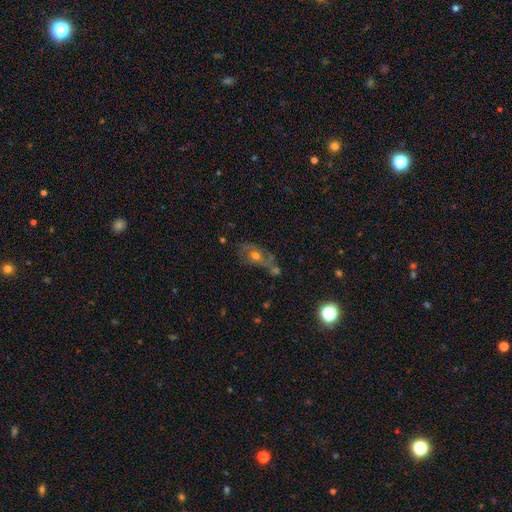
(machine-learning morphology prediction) Smooth or featured?
  - featured or disk: 46% *
  - smooth: 40%
  - star or artifact: 14%
Merging?
  - none: 38% *
  - merger: 26%
  - minor disturbance: 21%
  - major disturbance: 16%